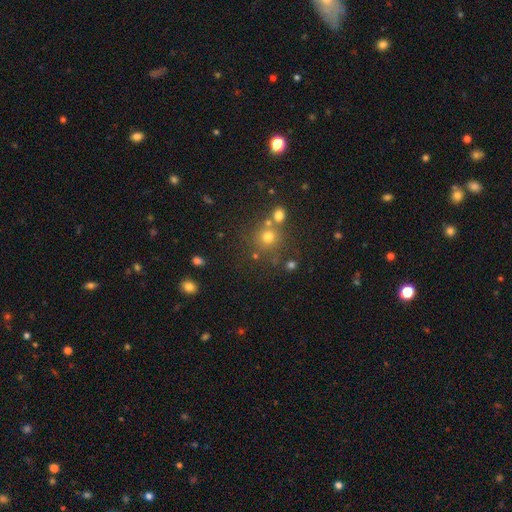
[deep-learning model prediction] Smooth or featured: smooth — 61% (star or artifact — 29%)
How rounded: round — 91% (in between — 8%)
Merging: none — 70% (merger — 18%)